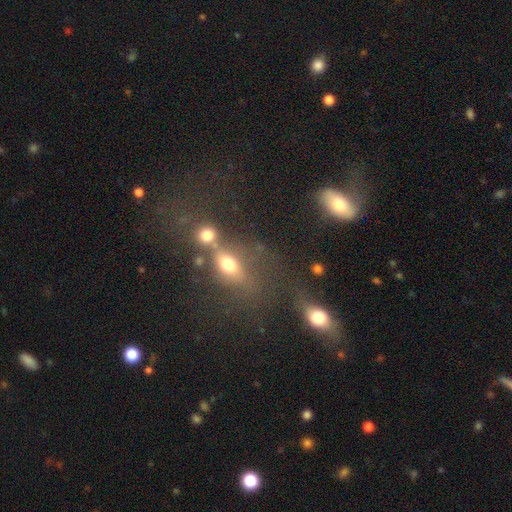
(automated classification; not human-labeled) Overall: smooth (45%; star or artifact 32%). Merging: merger (49%; none 30%).